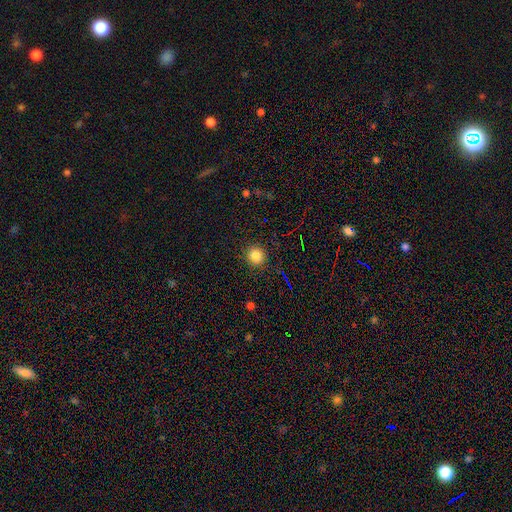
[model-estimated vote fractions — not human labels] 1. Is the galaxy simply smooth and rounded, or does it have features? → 83% smooth, 12% star or artifact, 5% featured or disk.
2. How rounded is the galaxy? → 93% round, 6% in between, 1% cigar-shaped.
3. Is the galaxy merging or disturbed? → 91% none, 6% minor disturbance, 2% major disturbance, 1% merger.